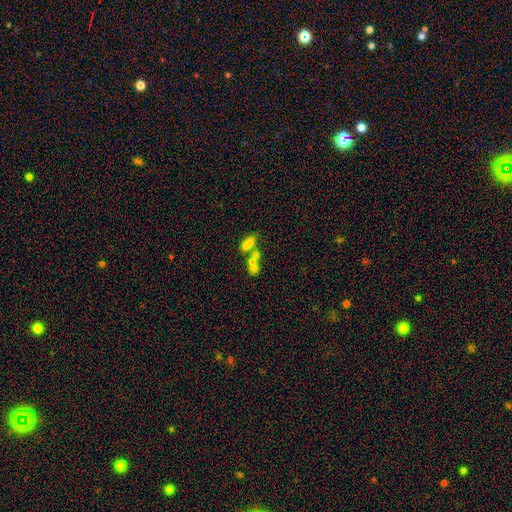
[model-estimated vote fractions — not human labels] smooth 49%, star or artifact 27%, featured or disk 23%. Down the decision tree: merging — merger (45%).